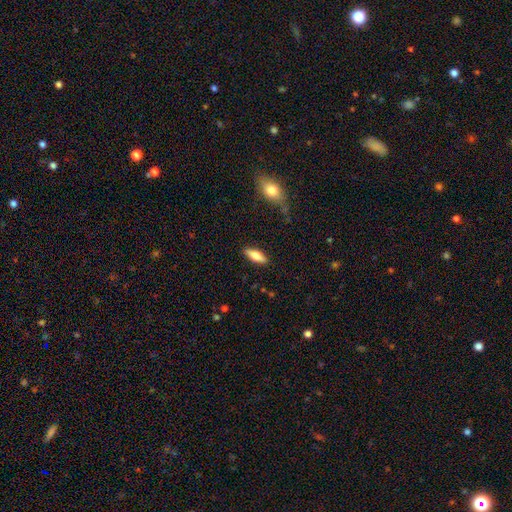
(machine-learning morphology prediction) A smooth galaxy with no disk features (65%) that is in between round and cigar-shaped (56%).

Vote fractions:
- Smooth or featured? smooth: 65% / featured or disk: 29% / star or artifact: 6%
- How rounded? in between: 56% / cigar-shaped: 42% / round: 2%
- Merging? none: 87% / minor disturbance: 9% / major disturbance: 2% / merger: 2%